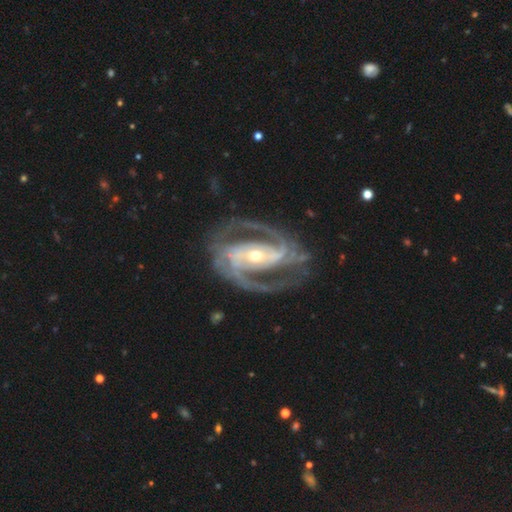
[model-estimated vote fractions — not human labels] smooth-or-featured: featured or disk: 92% | star or artifact: 4% | smooth: 4%
  disk-edge-on: no: 97% | yes: 3%
    bar: strong: 55% | weak: 25% | no: 20%
    has-spiral-arms: yes: 97% | no: 3%
      spiral-winding: medium: 54% | tight: 34% | loose: 12%
      spiral-arm-count: 2: 82% | 3: 8% | can't tell: 4% | 4: 2% | 1: 2% | more than 4: 2%
    bulge-size: small: 55% | moderate: 39% | large: 3% | none: 1% | dominant: 1%
  merging: none: 73% | minor disturbance: 15% | major disturbance: 10% | merger: 2%